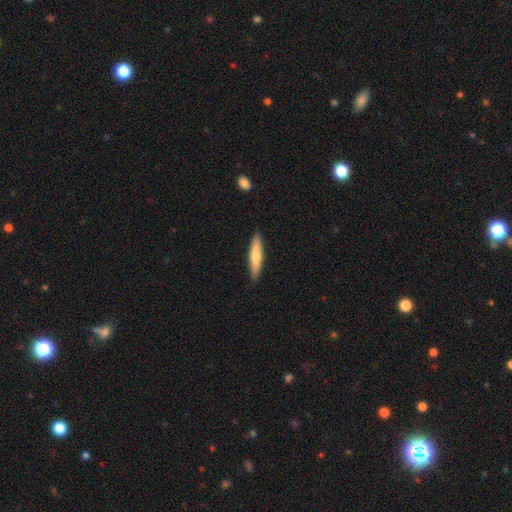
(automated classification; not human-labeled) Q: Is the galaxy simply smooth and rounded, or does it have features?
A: smooth — 68%.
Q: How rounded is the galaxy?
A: cigar-shaped — 84%.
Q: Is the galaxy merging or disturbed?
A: none — 89%.